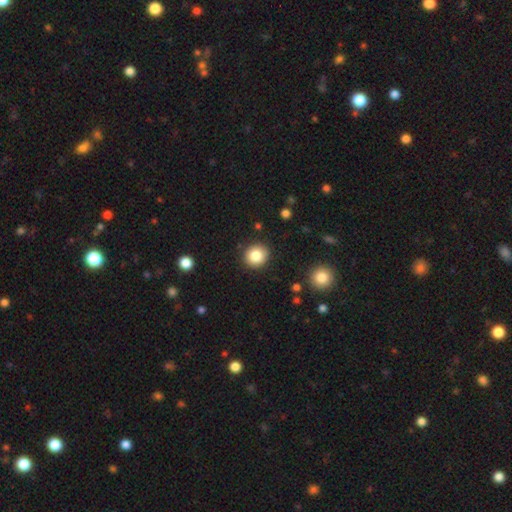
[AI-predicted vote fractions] Smooth or featured: smooth — 84% (star or artifact — 10%)
How rounded: round — 83% (in between — 16%)
Merging: none — 89% (minor disturbance — 7%)